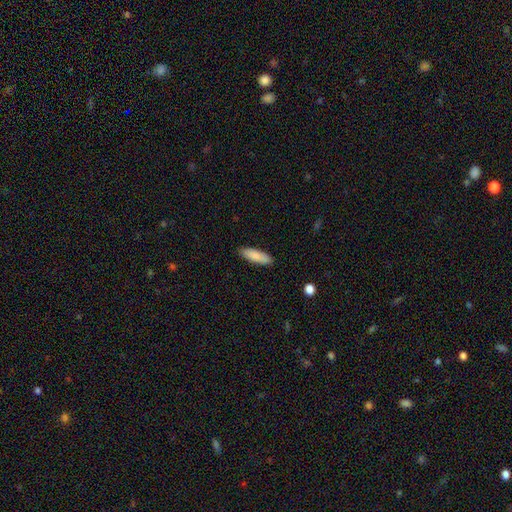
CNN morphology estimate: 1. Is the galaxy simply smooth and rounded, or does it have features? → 86% smooth, 8% featured or disk, 6% star or artifact.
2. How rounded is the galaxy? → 52% cigar-shaped, 46% in between, 1% round.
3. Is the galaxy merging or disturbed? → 88% none, 9% minor disturbance, 2% major disturbance, 1% merger.